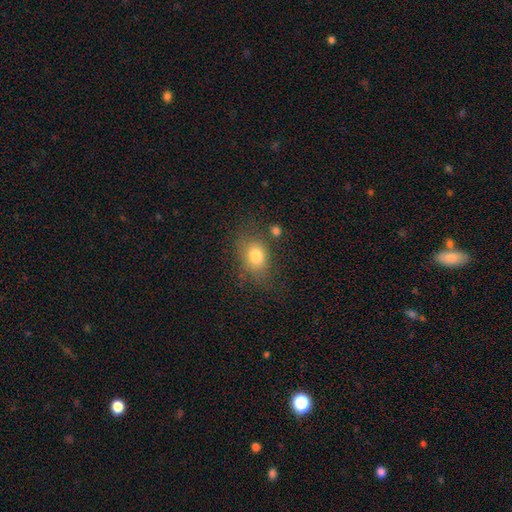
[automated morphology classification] A smooth galaxy with no disk features (78%) that is in between round and cigar-shaped (65%). Merging: none (66%).